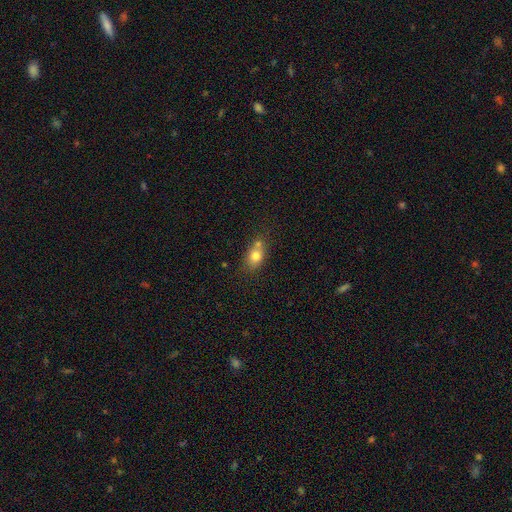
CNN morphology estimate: Smooth or featured? smooth (76%)
How rounded? in between (61%)
Merging? none (47%)